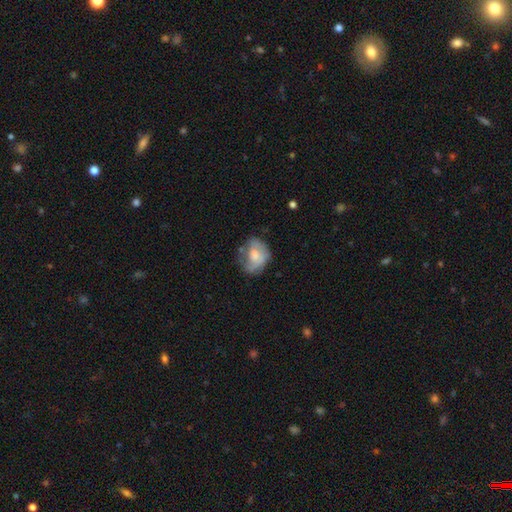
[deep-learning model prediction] This is possibly a smooth galaxy (49%). Merging: marginally none (43%).